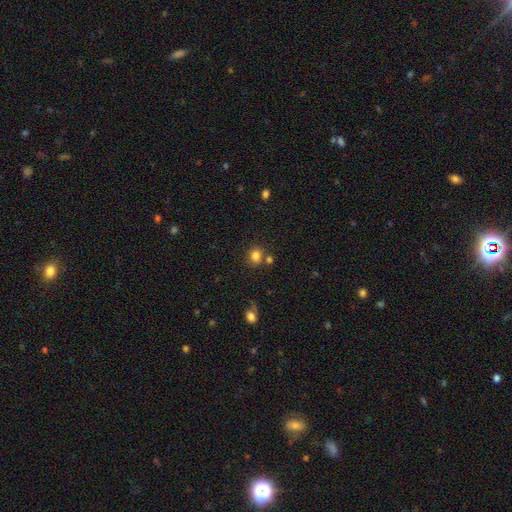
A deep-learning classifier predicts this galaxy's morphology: Smooth or featured?
  - smooth: 81% *
  - star or artifact: 12%
  - featured or disk: 6%
How rounded?
  - round: 75% *
  - in between: 24%
  - cigar-shaped: 1%
Merging?
  - none: 72% *
  - merger: 15%
  - minor disturbance: 10%
  - major disturbance: 4%